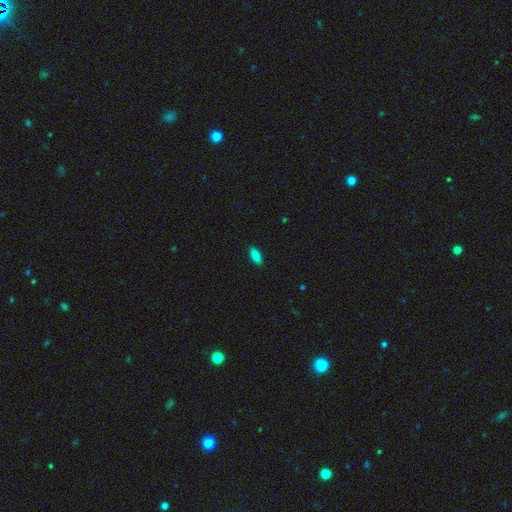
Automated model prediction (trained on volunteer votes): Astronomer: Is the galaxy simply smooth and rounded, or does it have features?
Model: smooth — 82%.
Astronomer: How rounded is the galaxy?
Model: in between — 81%.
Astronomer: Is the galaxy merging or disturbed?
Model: none — 89%.